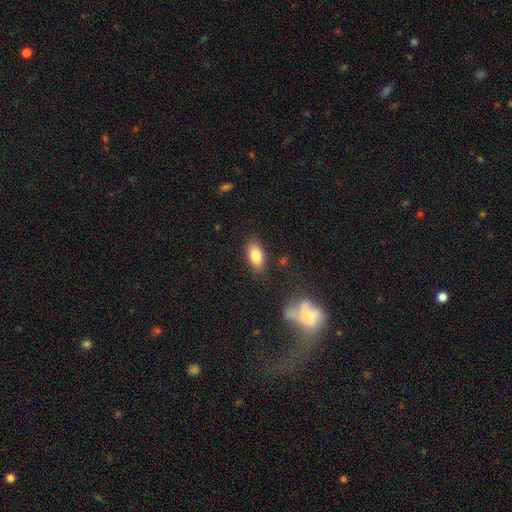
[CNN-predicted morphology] Overall: smooth (82%). How rounded: in between (90%). Merging: none (83%).